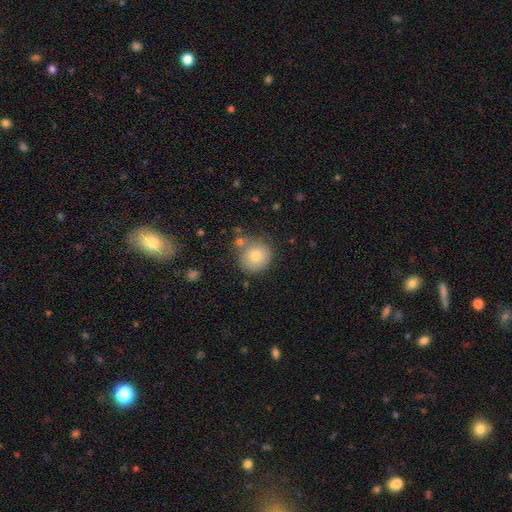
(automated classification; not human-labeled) Q: Smooth or featured?
A: smooth (80%); runner-up: featured or disk (11%)
Q: How rounded?
A: round (89%); runner-up: in between (10%)
Q: Merging?
A: none (68%); runner-up: minor disturbance (15%)